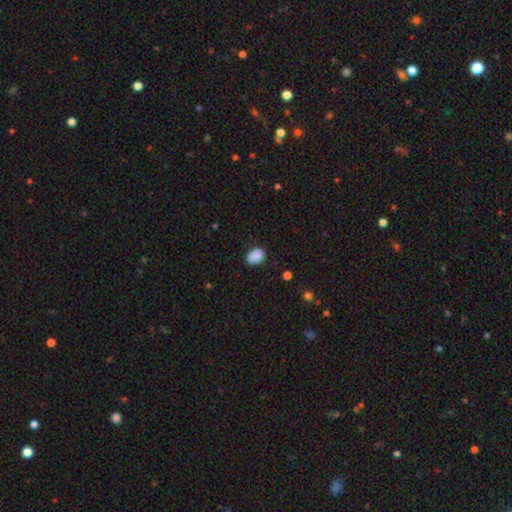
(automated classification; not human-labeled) Smooth or featured? Predicted: smooth (p=0.88). How rounded? Predicted: in between (p=0.79). Merging? Predicted: none (p=0.78).